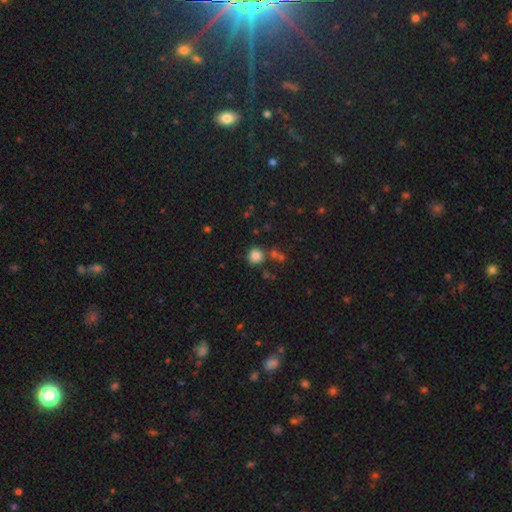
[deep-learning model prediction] Smooth or featured: smooth — 83% (star or artifact — 12%)
How rounded: round — 91% (in between — 8%)
Merging: none — 76% (merger — 10%)